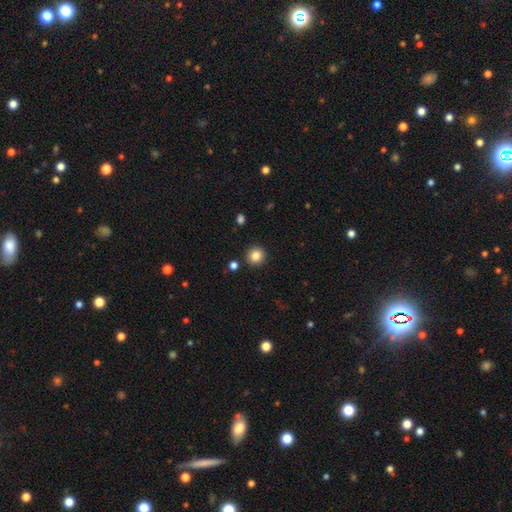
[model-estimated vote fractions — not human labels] A smooth galaxy with no disk features (84%) that is round (94%). Merging: none (91%).